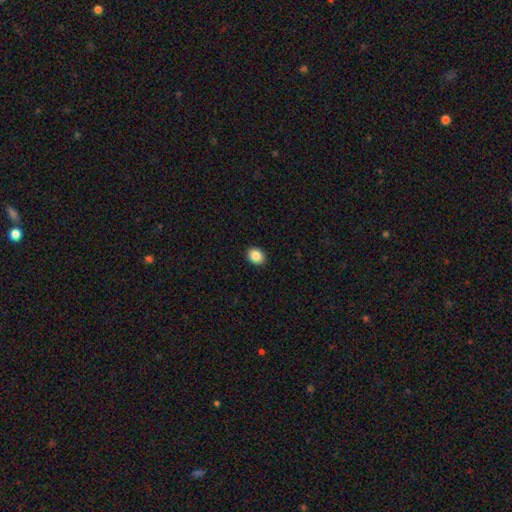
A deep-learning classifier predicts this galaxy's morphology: Overall: smooth (86%). How rounded: round (53%; in between 46%). Merging: none (92%).